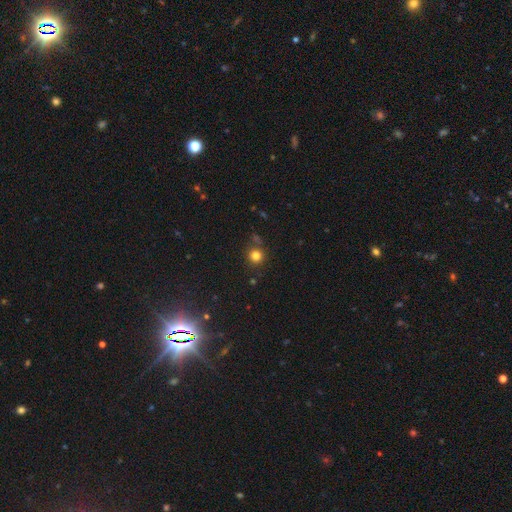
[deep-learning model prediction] The model was most divided on "smooth or featured": smooth: 80%, star or artifact: 15%, featured or disk: 5%. More confident: how rounded — round (93%); merging — none (81%).